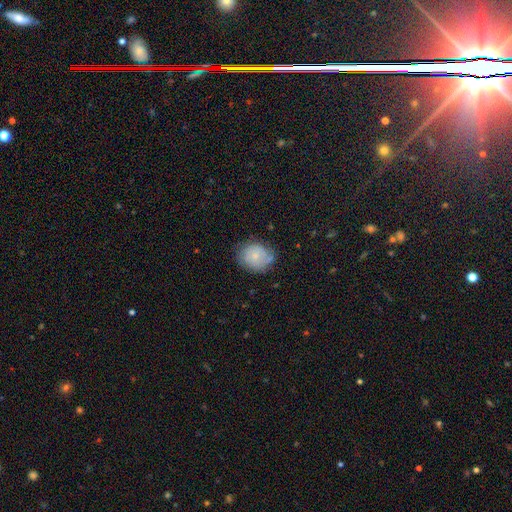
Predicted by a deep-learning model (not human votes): Smooth or featured? Predicted: smooth (p=0.60). How rounded? Predicted: round (p=0.68). Merging? Predicted: none (p=0.65).